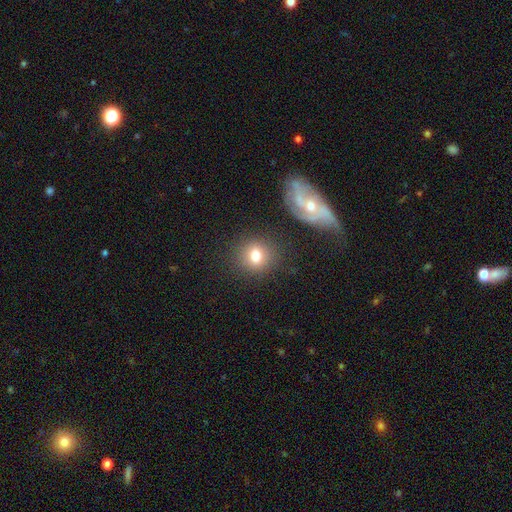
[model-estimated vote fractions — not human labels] Morphology: type=smooth (76%); roundness=round (82%); merging=none (83%).